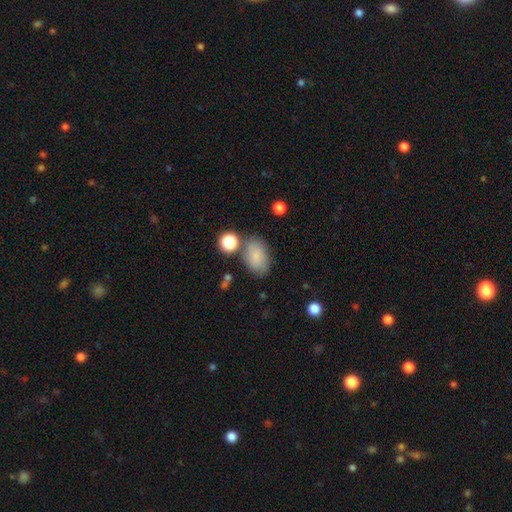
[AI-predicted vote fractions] A smooth galaxy with no disk features (81%) that is in between round and cigar-shaped (87%). Merging: none (67%).